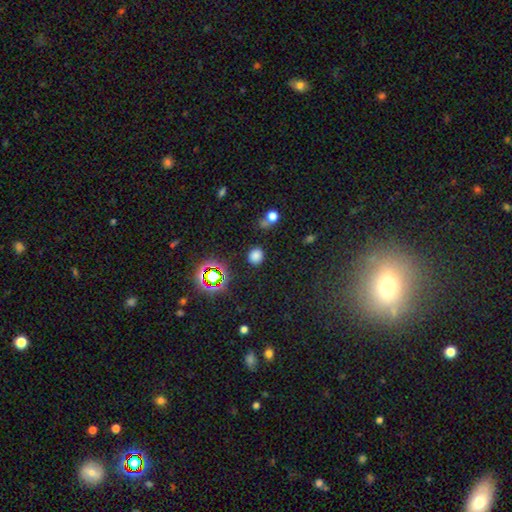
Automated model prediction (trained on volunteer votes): Smooth or featured: smooth — 74% (star or artifact — 21%)
How rounded: round — 82% (in between — 17%)
Merging: none — 85% (minor disturbance — 9%)